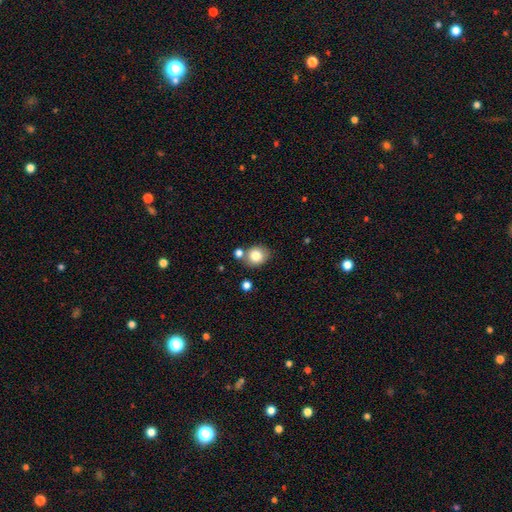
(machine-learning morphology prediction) Smooth or featured? smooth (80%)
How rounded? round (69%)
Merging? none (68%)